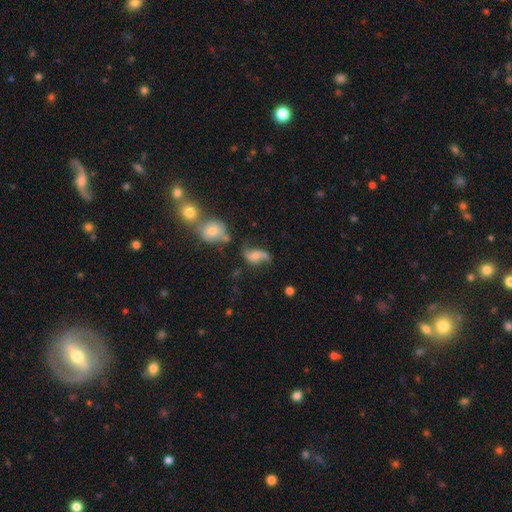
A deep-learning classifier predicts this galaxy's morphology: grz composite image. It shows a featured or disk galaxy (71%) with no bar (57%), 2 (87%) loose (77%) spiral arms (93%) and a small central bulge (41%). Merging: none (50%).